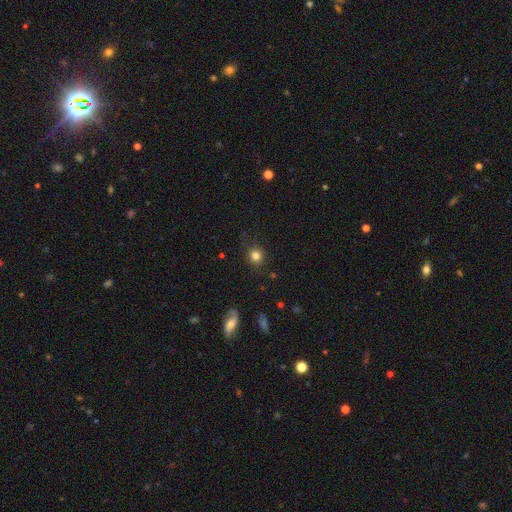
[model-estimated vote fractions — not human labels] Overall: smooth (81%). How rounded: round (88%). Merging: none (88%).